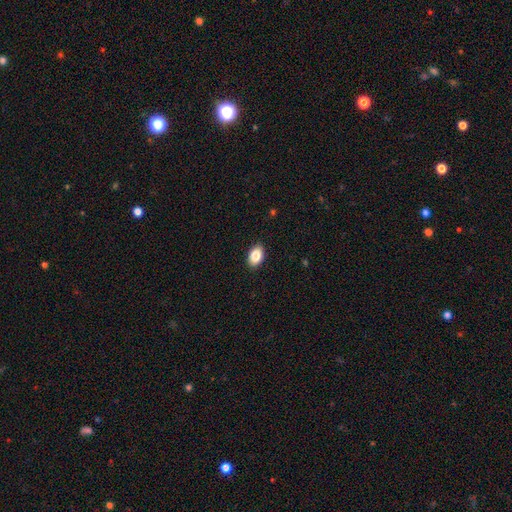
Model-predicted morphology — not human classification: The model was most divided on "how rounded": in between: 88%, round: 11%, cigar-shaped: 1%. More confident: merging — none (89%); smooth or featured — smooth (87%).